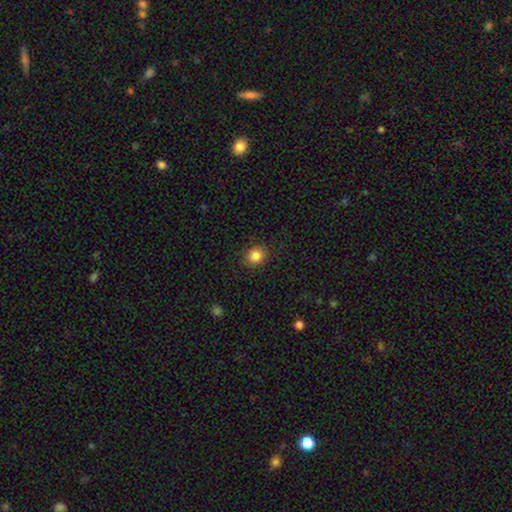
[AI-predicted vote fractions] Smooth or featured?
  - smooth: 85% *
  - star or artifact: 10%
  - featured or disk: 5%
How rounded?
  - round: 72% *
  - in between: 28%
  - cigar-shaped: 1%
Merging?
  - none: 88% *
  - minor disturbance: 8%
  - major disturbance: 3%
  - merger: 1%